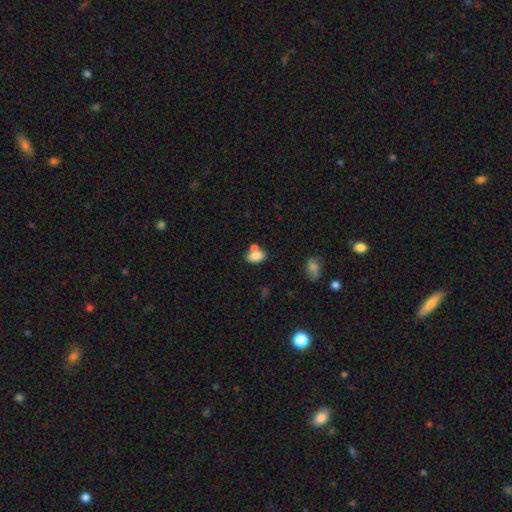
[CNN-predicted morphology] type=smooth (81%); roundness=in between (85%); merging=none (49%).